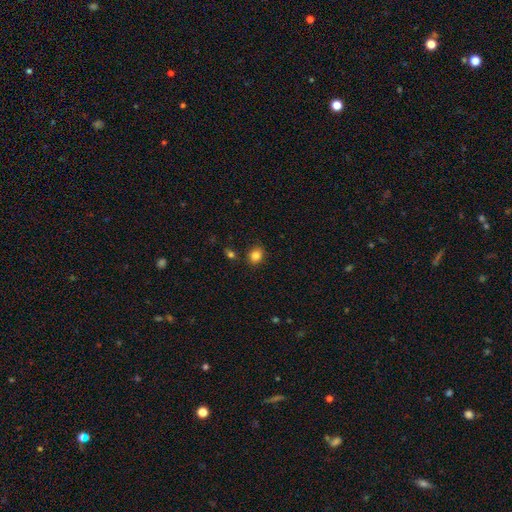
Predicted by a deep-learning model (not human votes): smooth_or_featured: smooth (p=0.84) [alt: star or artifact p=0.11]
how_rounded: round (p=0.59) [alt: in between p=0.40]
merging: none (p=0.81) [alt: minor disturbance p=0.12]